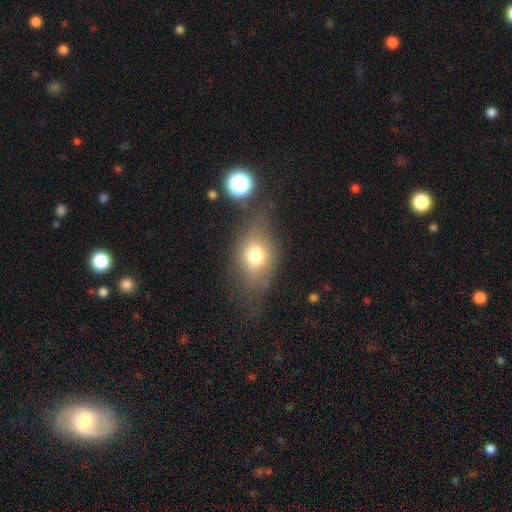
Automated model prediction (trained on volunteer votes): smooth_or_featured: smooth (p=0.69) [alt: featured or disk p=0.19]
how_rounded: in between (p=0.65) [alt: round p=0.32]
merging: none (p=0.55) [alt: minor disturbance p=0.21]